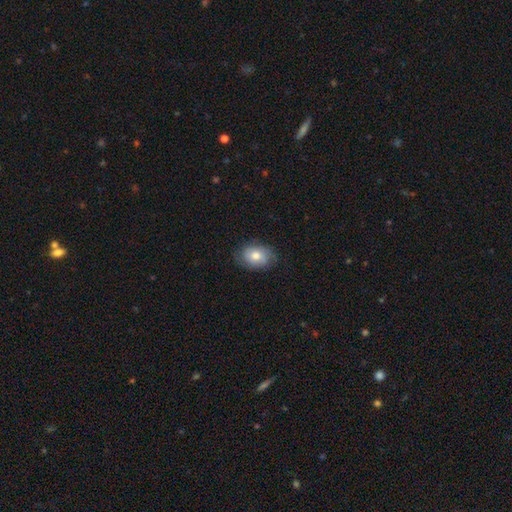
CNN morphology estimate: This is likely a smooth galaxy (66%). How rounded: likely in between (72%). Merging: likely none (76%).